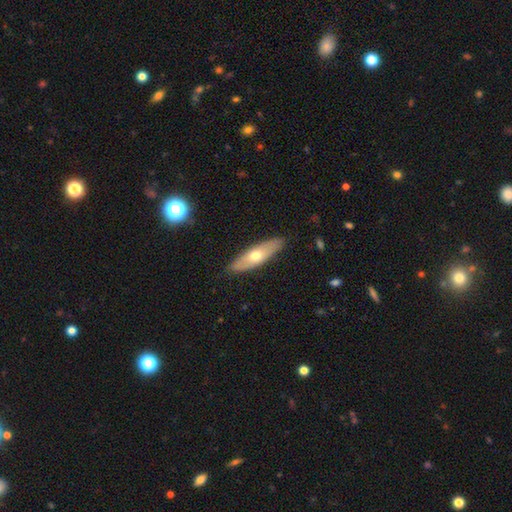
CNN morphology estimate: smooth_or_featured: smooth (p=0.52) [alt: featured or disk p=0.43]
how_rounded: cigar-shaped (p=0.49) [alt: in between p=0.48]
merging: none (p=0.86) [alt: minor disturbance p=0.11]